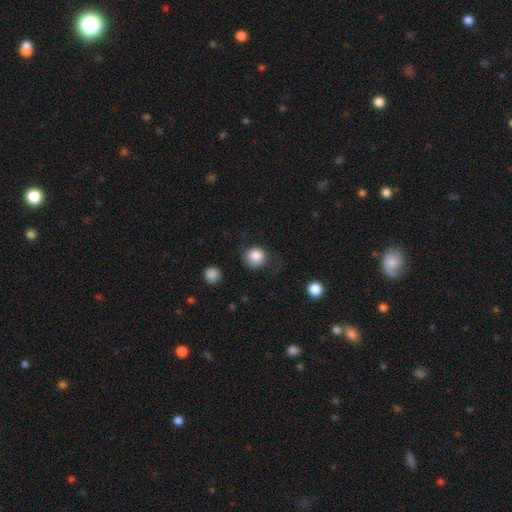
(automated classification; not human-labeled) smooth 86%, star or artifact 9%, featured or disk 5%. Down the decision tree: how rounded — round (87%); merging — none (65%).